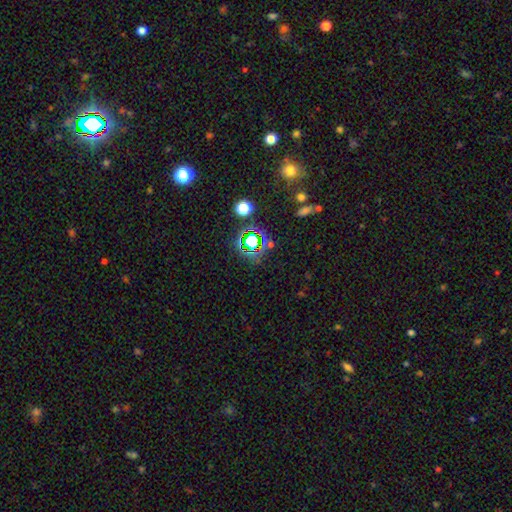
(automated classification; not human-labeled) This is likely a star or artifact rather than a galaxy (74%).